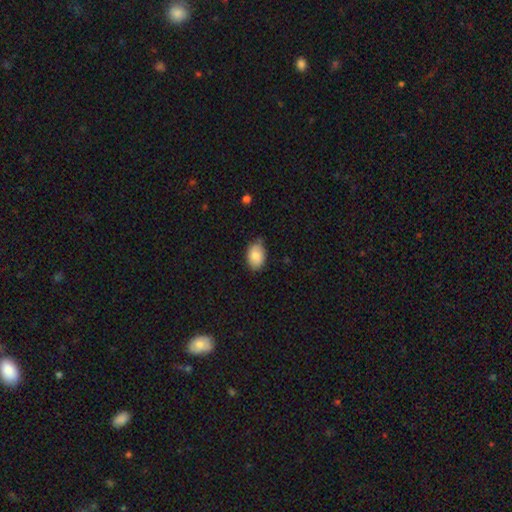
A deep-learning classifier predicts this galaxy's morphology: Smooth or featured?
  - smooth: 83% *
  - featured or disk: 10%
  - star or artifact: 7%
How rounded?
  - in between: 84% *
  - round: 15%
  - cigar-shaped: 1%
Merging?
  - none: 75% *
  - minor disturbance: 21%
  - major disturbance: 3%
  - merger: 2%